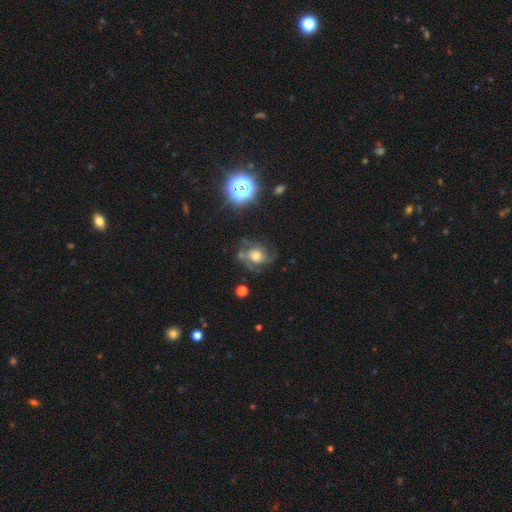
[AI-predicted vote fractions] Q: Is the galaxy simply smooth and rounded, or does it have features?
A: featured or disk — 65%.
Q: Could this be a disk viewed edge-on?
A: no — 97%.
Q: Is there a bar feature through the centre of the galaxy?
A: no — 78%.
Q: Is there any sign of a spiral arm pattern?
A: yes — 88%.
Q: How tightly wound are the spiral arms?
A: medium — 46%.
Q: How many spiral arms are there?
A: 2 — 32%.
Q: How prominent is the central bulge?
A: moderate — 45%.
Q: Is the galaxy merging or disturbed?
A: none — 59%.